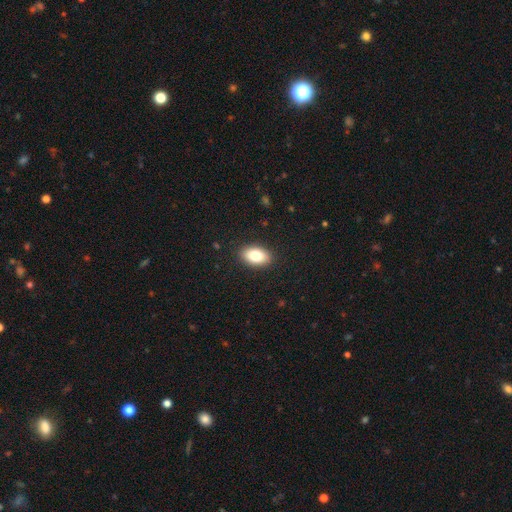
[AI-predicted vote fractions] Smooth or featured?
  - smooth: 82% *
  - featured or disk: 11%
  - star or artifact: 8%
How rounded?
  - in between: 91% *
  - round: 8%
  - cigar-shaped: 2%
Merging?
  - none: 89% *
  - minor disturbance: 8%
  - major disturbance: 2%
  - merger: 1%